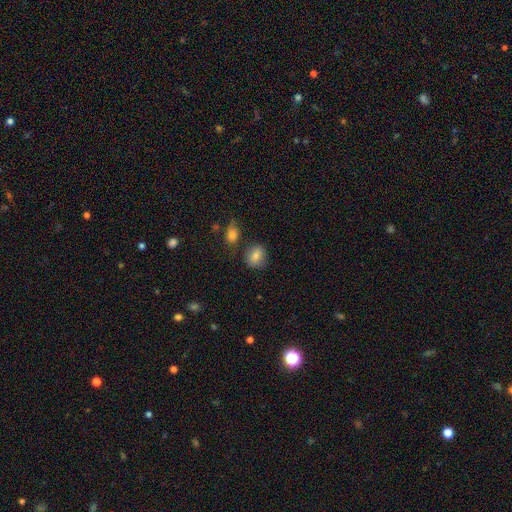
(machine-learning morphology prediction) Q: Smooth or featured?
A: smooth (80%); runner-up: featured or disk (10%)
Q: How rounded?
A: round (64%); runner-up: in between (34%)
Q: Merging?
A: none (74%); runner-up: minor disturbance (14%)